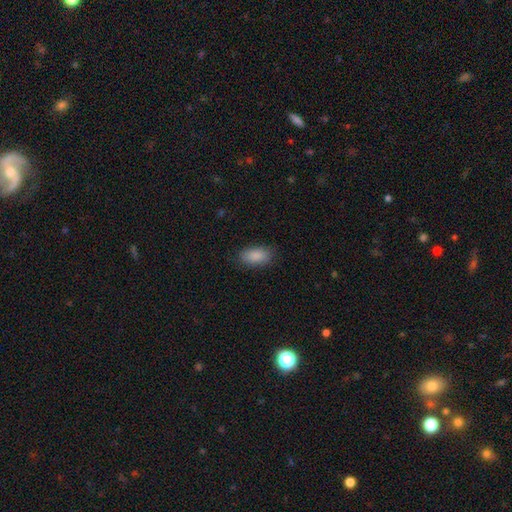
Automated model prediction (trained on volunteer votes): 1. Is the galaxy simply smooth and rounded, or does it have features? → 88% smooth, 7% star or artifact, 4% featured or disk.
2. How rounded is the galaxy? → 92% in between, 4% cigar-shaped, 4% round.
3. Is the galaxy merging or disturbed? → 84% none, 12% minor disturbance, 3% major disturbance, 1% merger.